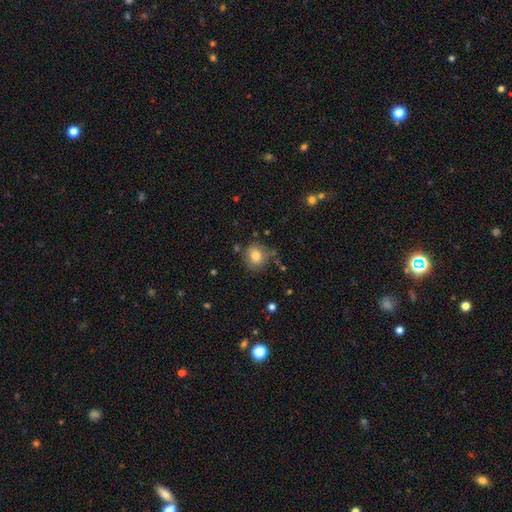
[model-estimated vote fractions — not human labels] smooth_or_featured: smooth (p=0.78) [alt: featured or disk p=0.13]
how_rounded: round (p=0.69) [alt: in between p=0.30]
merging: none (p=0.67) [alt: minor disturbance p=0.20]